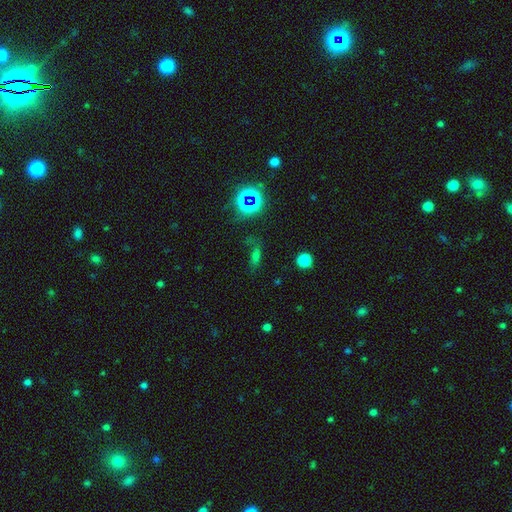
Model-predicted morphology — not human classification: Smooth or featured? smooth (48%)
Merging? none (55%)